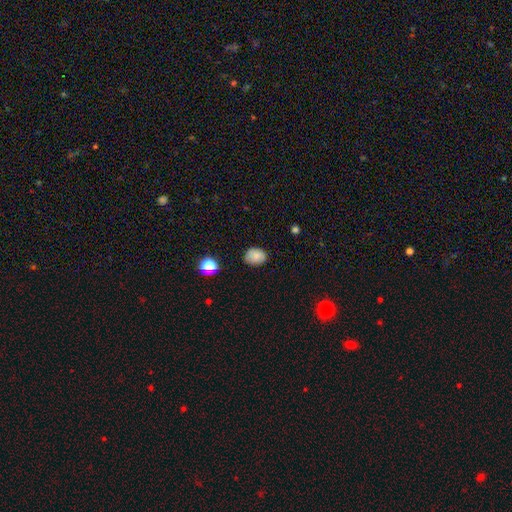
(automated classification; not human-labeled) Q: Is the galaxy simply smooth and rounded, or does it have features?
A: smooth — 81%.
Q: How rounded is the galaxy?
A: in between — 60%.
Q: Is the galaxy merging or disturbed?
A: none — 78%.